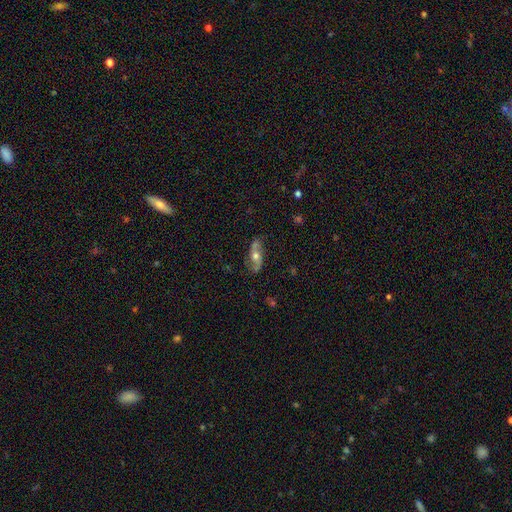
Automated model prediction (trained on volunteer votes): featured or disk 62%, smooth 31%, star or artifact 7%. Down the decision tree: edge-on disk — no (79%); merging — none (75%).